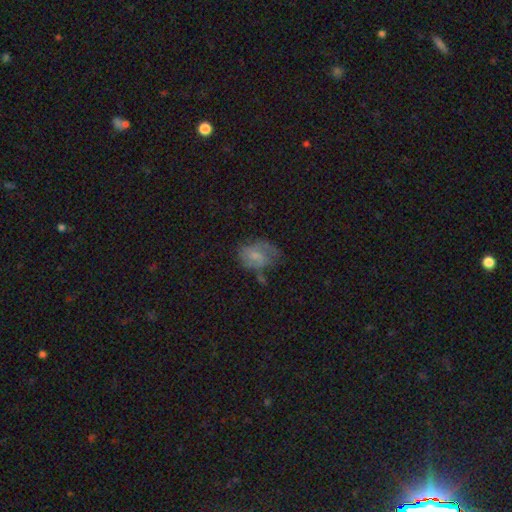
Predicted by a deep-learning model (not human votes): The model was most divided on "merging": none: 38%, minor disturbance: 31%, major disturbance: 24%, merger: 7%. More confident: how rounded — in between (70%); smooth or featured — smooth (51%).